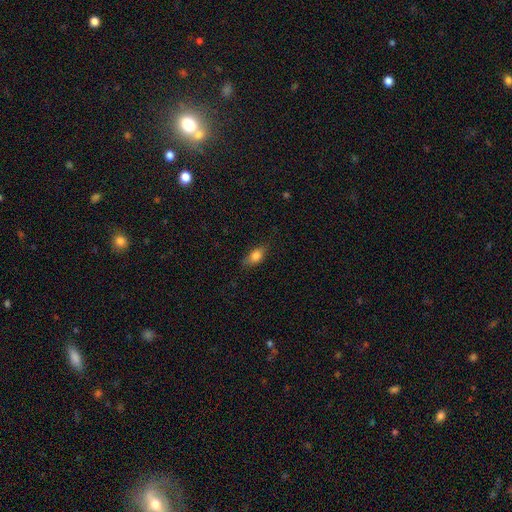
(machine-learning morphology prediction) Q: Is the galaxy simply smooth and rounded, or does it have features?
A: smooth — 80%.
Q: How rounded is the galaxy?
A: in between — 83%.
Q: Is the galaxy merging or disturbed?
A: none — 75%.